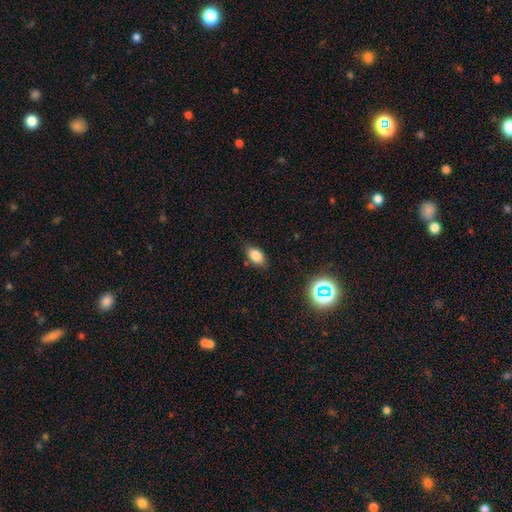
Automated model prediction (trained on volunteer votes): This appears to be a smooth galaxy with no disk features (82%) that is in between round and cigar-shaped (89%). Merging: none (80%).